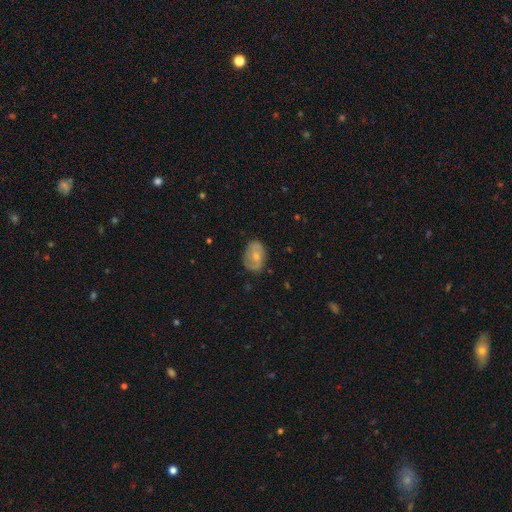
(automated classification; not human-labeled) smooth-or-featured: smooth: 47% | featured or disk: 46% | star or artifact: 7%
  merging: none: 73% | minor disturbance: 20% | major disturbance: 5% | merger: 1%